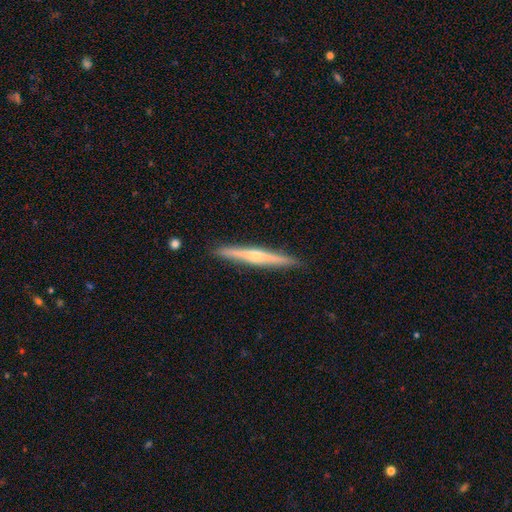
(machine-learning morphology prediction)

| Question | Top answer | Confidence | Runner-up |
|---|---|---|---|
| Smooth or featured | featured or disk | 65% | smooth (30%) |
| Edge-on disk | yes | 98% | no (2%) |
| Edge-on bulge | rounded | 62% | none (32%) |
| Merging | none | 92% | minor disturbance (6%) |